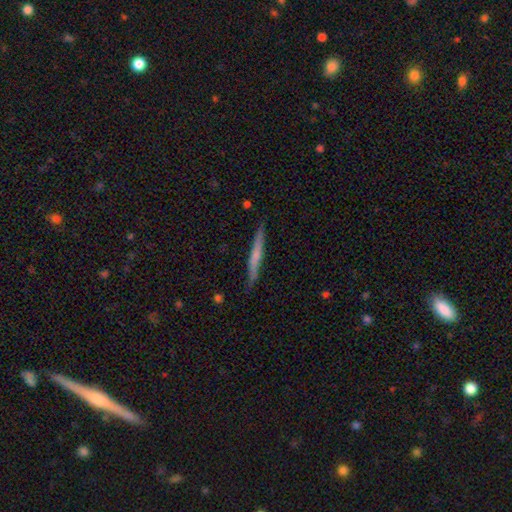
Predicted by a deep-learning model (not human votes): Smooth or featured?
  - smooth: 47% * (tied)
  - featured or disk: 47% * (tied)
  - star or artifact: 5%
Merging?
  - none: 88% *
  - minor disturbance: 9%
  - major disturbance: 2%
  - merger: 1%